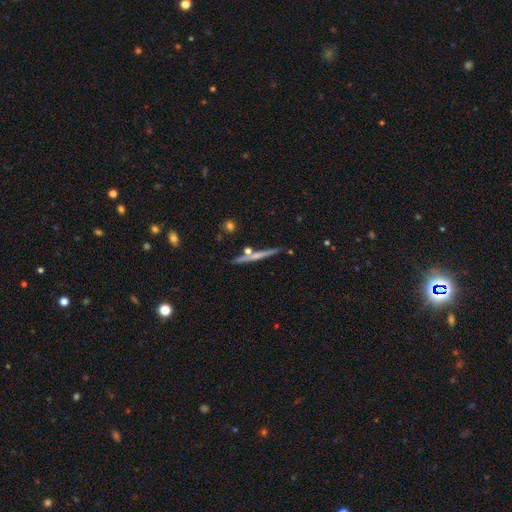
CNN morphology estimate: Smooth or featured?
  - featured or disk: 57% *
  - smooth: 36%
  - star or artifact: 7%
Edge-on disk?
  - yes: 97% *
  - no: 3%
Edge-on bulge?
  - none: 60% *
  - rounded: 33%
  - boxy: 6%
Merging?
  - none: 81% *
  - minor disturbance: 9%
  - merger: 7%
  - major disturbance: 2%